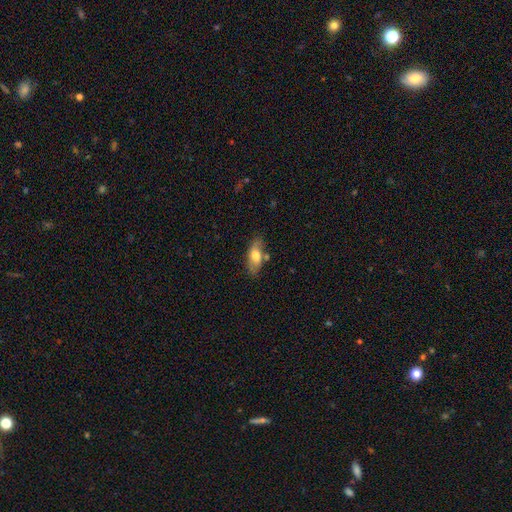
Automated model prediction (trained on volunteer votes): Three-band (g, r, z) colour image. It shows a smooth galaxy with no disk features (65%) that is in between round and cigar-shaped (81%). Merging: none (69%).